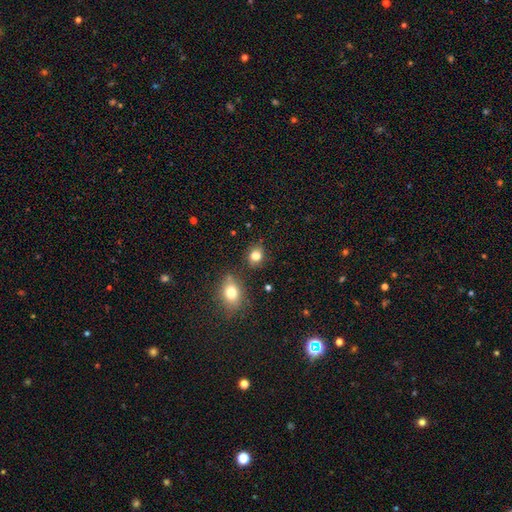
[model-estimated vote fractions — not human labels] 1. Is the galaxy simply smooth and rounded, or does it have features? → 81% smooth, 12% star or artifact, 7% featured or disk.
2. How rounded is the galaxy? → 69% round, 30% in between, 1% cigar-shaped.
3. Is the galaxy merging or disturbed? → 79% none, 12% minor disturbance, 5% merger, 3% major disturbance.